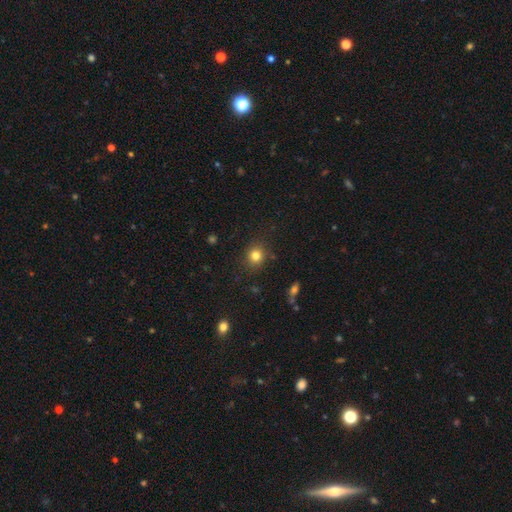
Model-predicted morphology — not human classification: Smooth or featured? Predicted: smooth (p=0.81). How rounded? Predicted: round (p=0.83). Merging? Predicted: none (p=0.87).